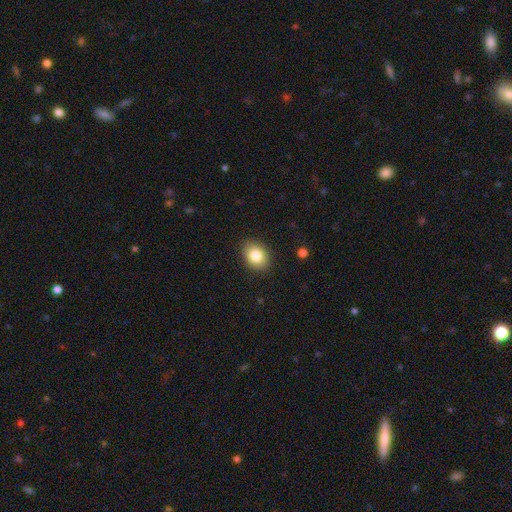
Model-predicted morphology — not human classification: Overall: smooth (84%). How rounded: in between (65%; round 34%). Merging: none (88%).